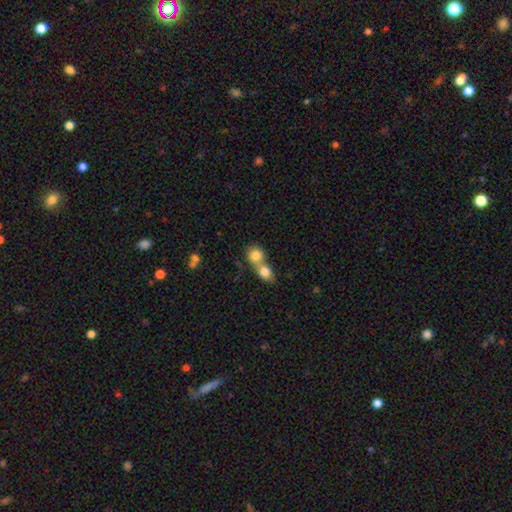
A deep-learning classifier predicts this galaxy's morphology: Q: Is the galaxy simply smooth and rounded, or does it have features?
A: smooth — 80%.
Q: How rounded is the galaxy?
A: round — 69%.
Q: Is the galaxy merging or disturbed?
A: merger — 70%.